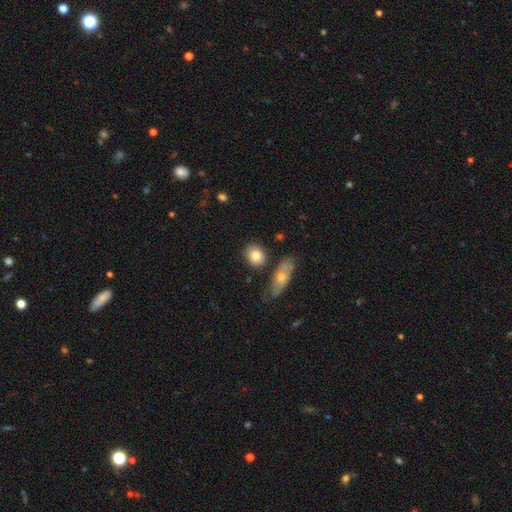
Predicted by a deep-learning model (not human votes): smooth 81%, featured or disk 11%, star or artifact 7%. Down the decision tree: how rounded — round (61%); merging — none (78%).